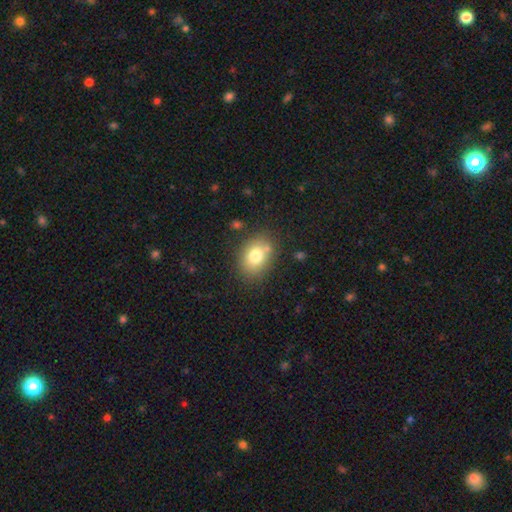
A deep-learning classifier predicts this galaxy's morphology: smooth-or-featured: smooth: 77% | featured or disk: 13% | star or artifact: 10%
  how-rounded: in between: 57% | round: 42% | cigar-shaped: 1%
  merging: none: 75% | minor disturbance: 14% | merger: 7% | major disturbance: 4%